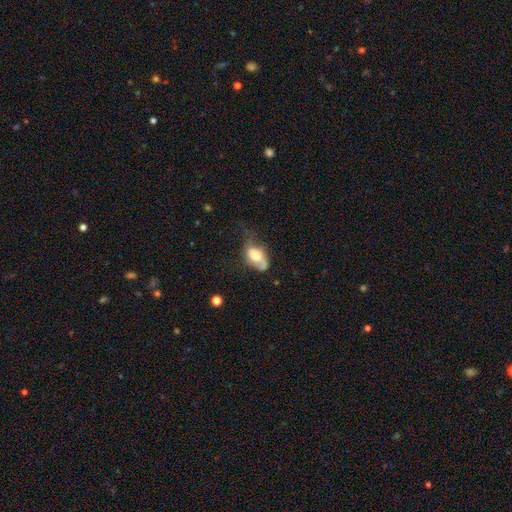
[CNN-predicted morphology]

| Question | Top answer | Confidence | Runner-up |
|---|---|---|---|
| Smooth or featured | smooth | 54% | featured or disk (38%) |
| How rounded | in between | 87% | round (10%) |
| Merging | minor disturbance | 32% | tied: major disturbance (32%) |